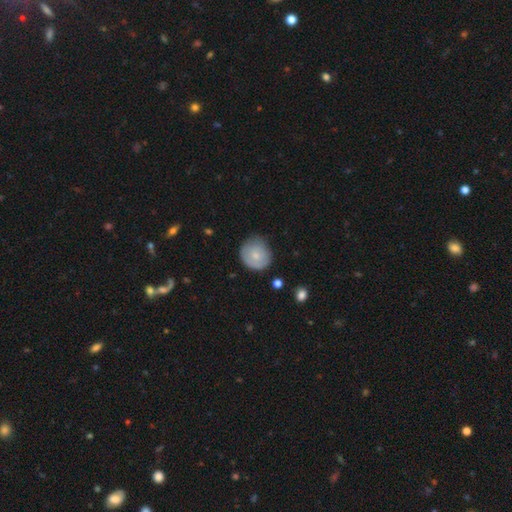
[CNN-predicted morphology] Smooth or featured: smooth — 71% (featured or disk — 23%)
How rounded: round — 86% (in between — 13%)
Merging: none — 68% (minor disturbance — 25%)